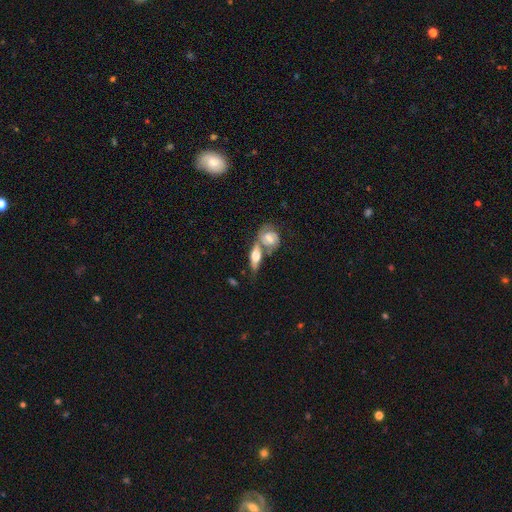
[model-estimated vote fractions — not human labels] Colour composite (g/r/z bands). It shows a featured or disk galaxy (57%) viewed edge-on (61%). Merging: merger (43%).